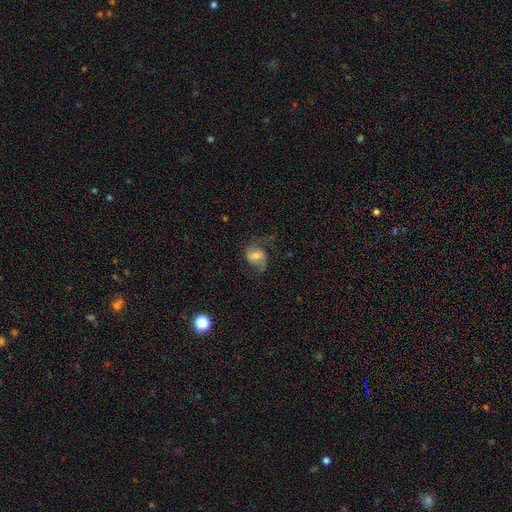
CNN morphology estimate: type=featured or disk (49%); merging=none (57%).